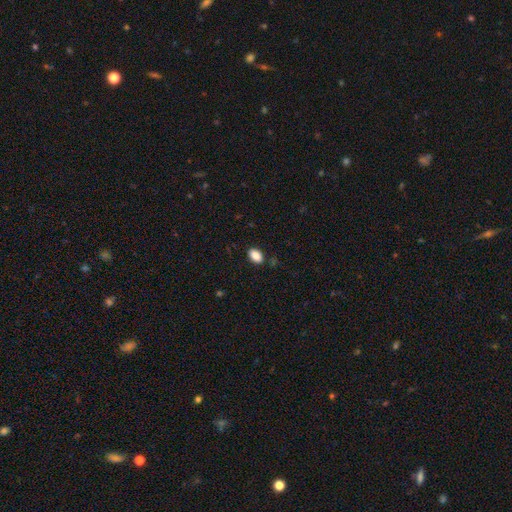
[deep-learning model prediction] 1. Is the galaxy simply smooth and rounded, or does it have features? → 88% smooth, 8% star or artifact, 4% featured or disk.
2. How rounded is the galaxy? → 90% in between, 9% round, 1% cigar-shaped.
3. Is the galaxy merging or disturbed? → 87% none, 9% minor disturbance, 2% major disturbance, 2% merger.